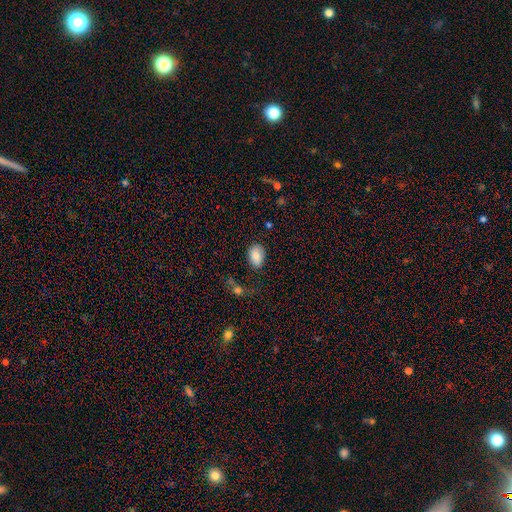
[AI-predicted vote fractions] Smooth or featured: smooth — 84% (featured or disk — 9%)
How rounded: in between — 87% (round — 12%)
Merging: none — 73% (minor disturbance — 19%)